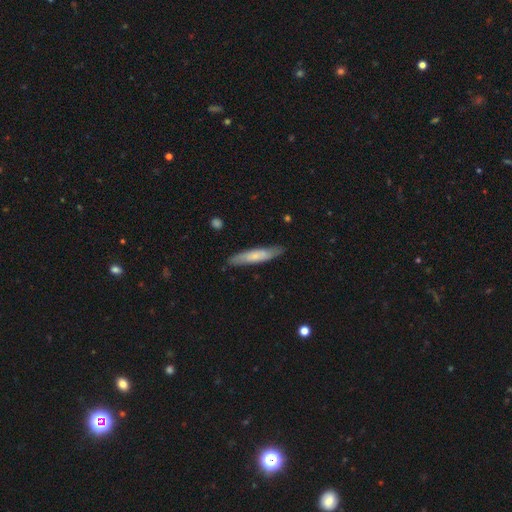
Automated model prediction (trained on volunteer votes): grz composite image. It shows a smooth galaxy with no disk features (62%) that is cigar-shaped (85%). Merging: none (85%).